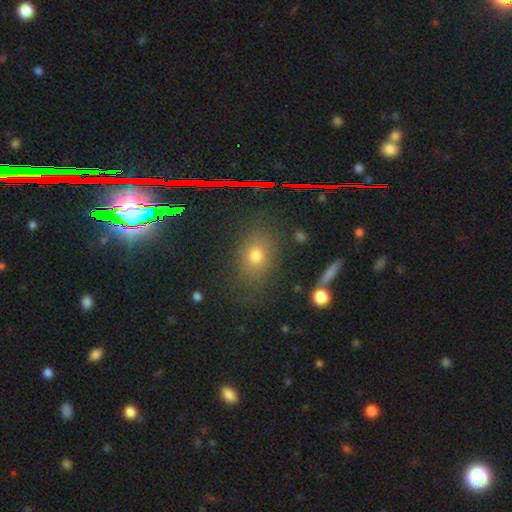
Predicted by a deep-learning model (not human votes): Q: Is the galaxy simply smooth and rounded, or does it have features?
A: smooth — 67%.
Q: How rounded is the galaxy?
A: in between — 62%.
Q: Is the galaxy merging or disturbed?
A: none — 78%.